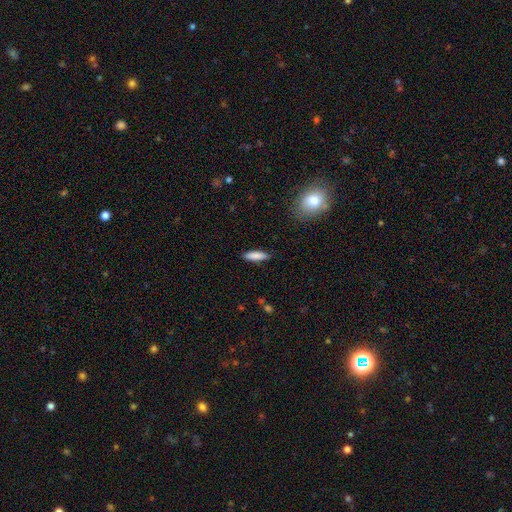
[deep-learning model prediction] Overall: smooth (84%). How rounded: cigar-shaped (59%; in between 39%). Merging: none (86%).